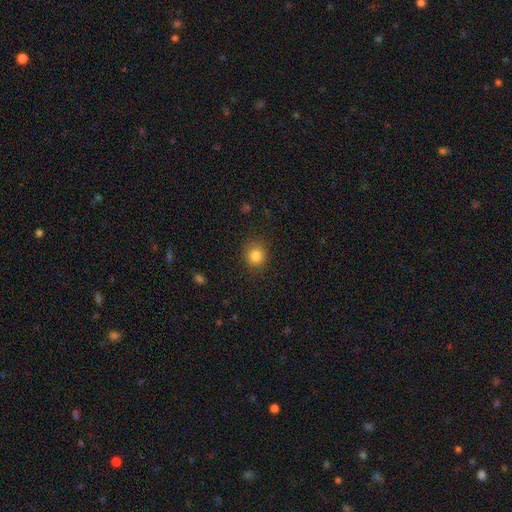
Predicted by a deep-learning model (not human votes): smooth_or_featured: smooth (p=0.84) [alt: star or artifact p=0.11]
how_rounded: round (p=0.87) [alt: in between p=0.12]
merging: none (p=0.87) [alt: minor disturbance p=0.09]